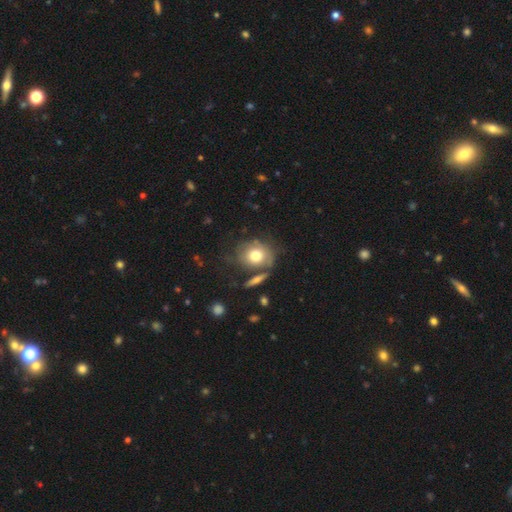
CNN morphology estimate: type=smooth (69%); roundness=round (71%); merging=none (58%).